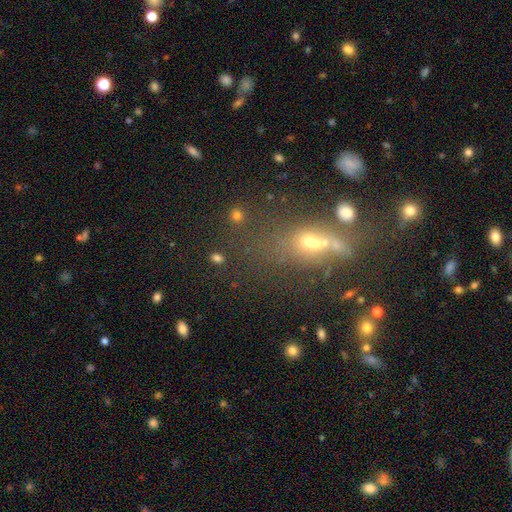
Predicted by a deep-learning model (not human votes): This is marginally a smooth galaxy (41%). Merging: marginally none (43%).